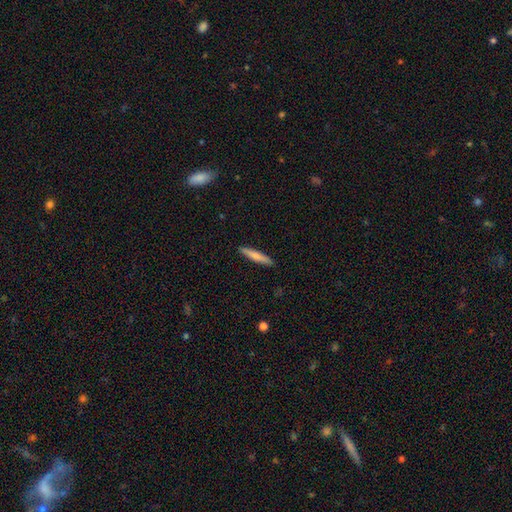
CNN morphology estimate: Smooth or featured?
  - smooth: 68% *
  - featured or disk: 26%
  - star or artifact: 5%
How rounded?
  - cigar-shaped: 93% *
  - in between: 6%
  - round: 1%
Merging?
  - none: 91% *
  - minor disturbance: 6%
  - major disturbance: 1%
  - merger: 1%